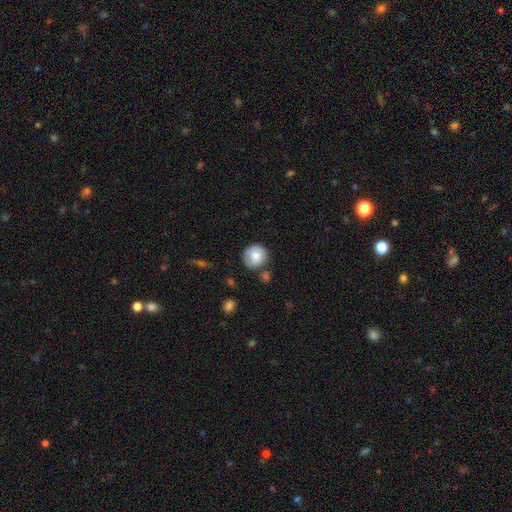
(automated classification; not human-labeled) The model was most divided on "merging": none: 71%, minor disturbance: 18%, merger: 6%, major disturbance: 4%. More confident: how rounded — round (91%); smooth or featured — smooth (77%).